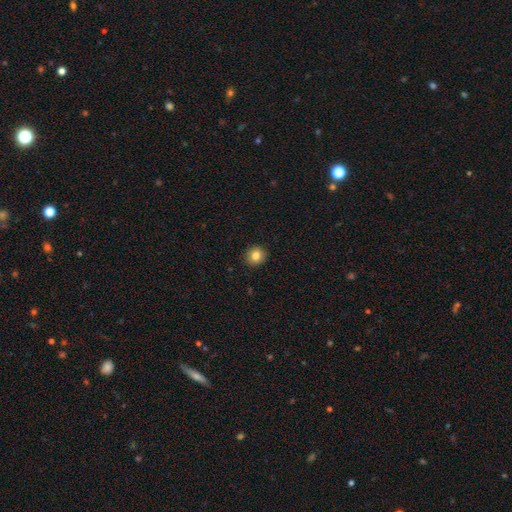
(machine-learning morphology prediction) This is clearly a smooth galaxy (84%). How rounded: clearly round (82%). Merging: clearly none (92%).